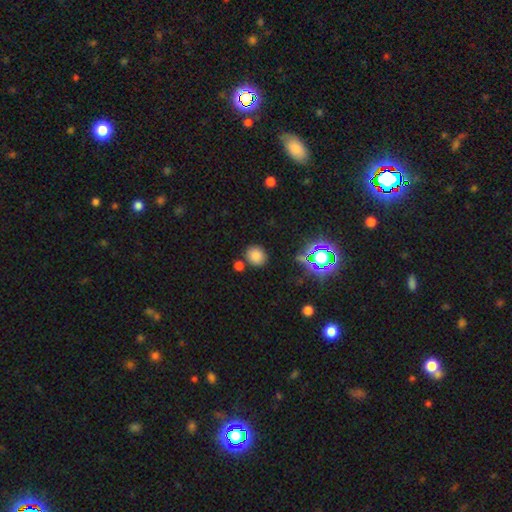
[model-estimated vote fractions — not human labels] A smooth galaxy with no disk features (78%) that is round (81%). Merging: none (79%).